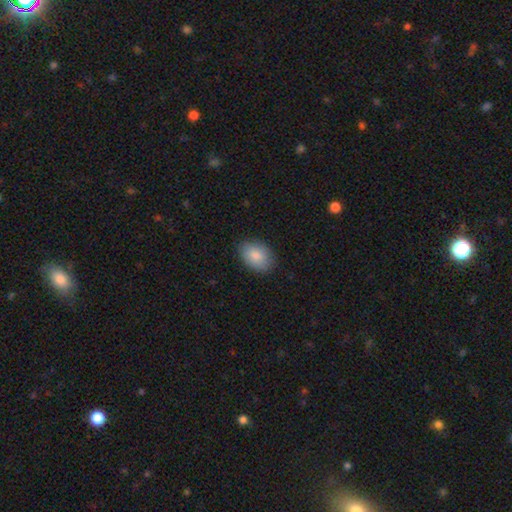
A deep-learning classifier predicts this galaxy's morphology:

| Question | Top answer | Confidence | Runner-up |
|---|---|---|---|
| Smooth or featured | smooth | 87% | featured or disk (6%) |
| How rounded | in between | 84% | round (15%) |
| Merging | none | 84% | minor disturbance (12%) |